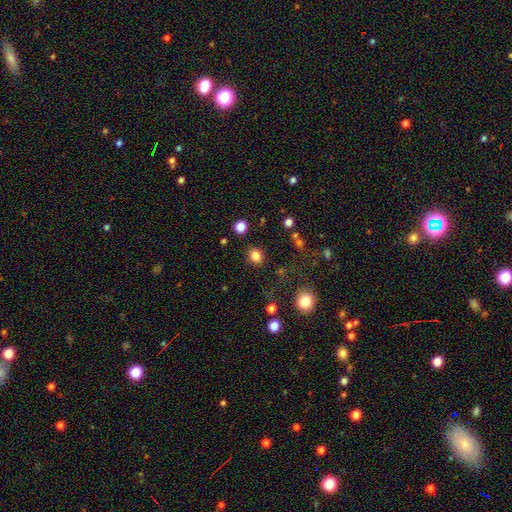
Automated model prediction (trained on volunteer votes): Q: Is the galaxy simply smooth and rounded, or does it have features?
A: smooth — 83%.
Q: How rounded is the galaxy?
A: round — 67%.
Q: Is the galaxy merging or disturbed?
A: none — 86%.